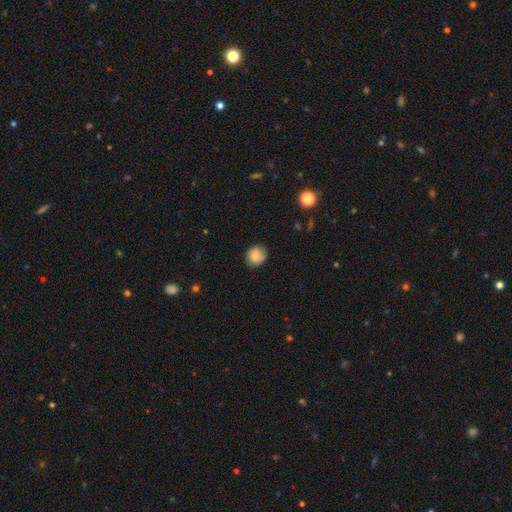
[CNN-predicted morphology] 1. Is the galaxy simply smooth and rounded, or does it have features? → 76% smooth, 15% featured or disk, 9% star or artifact.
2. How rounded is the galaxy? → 77% round, 22% in between, 1% cigar-shaped.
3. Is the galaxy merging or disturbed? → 80% none, 15% minor disturbance, 3% major disturbance, 1% merger.